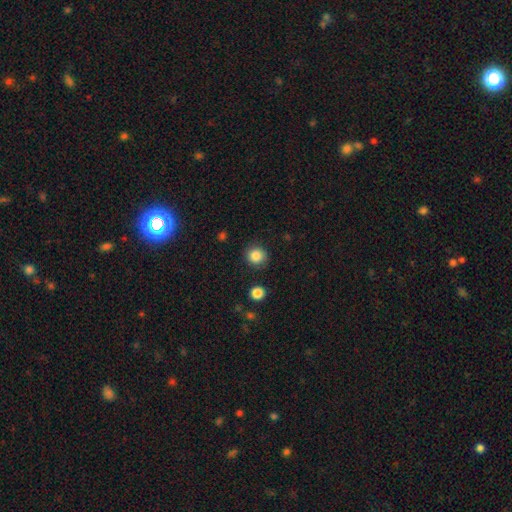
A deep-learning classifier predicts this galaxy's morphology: The model was most divided on "smooth or featured": smooth: 85%, star or artifact: 10%, featured or disk: 5%. More confident: how rounded — round (91%); merging — none (88%).